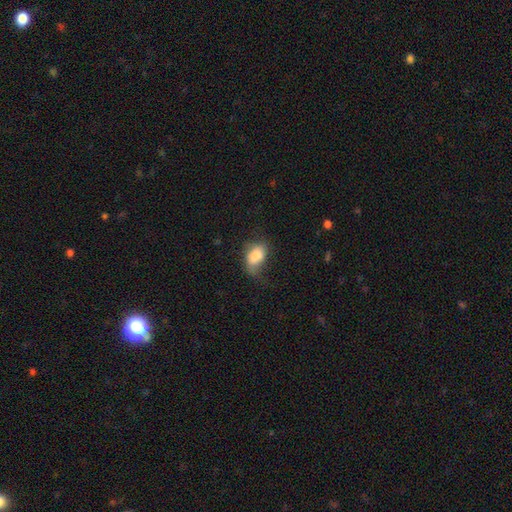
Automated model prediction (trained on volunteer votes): smooth-or-featured: smooth: 80% | featured or disk: 12% | star or artifact: 9%
  how-rounded: in between: 87% | round: 11% | cigar-shaped: 2%
  merging: minor disturbance: 35% (tied) | none: 35% (tied) | major disturbance: 27% | merger: 4%